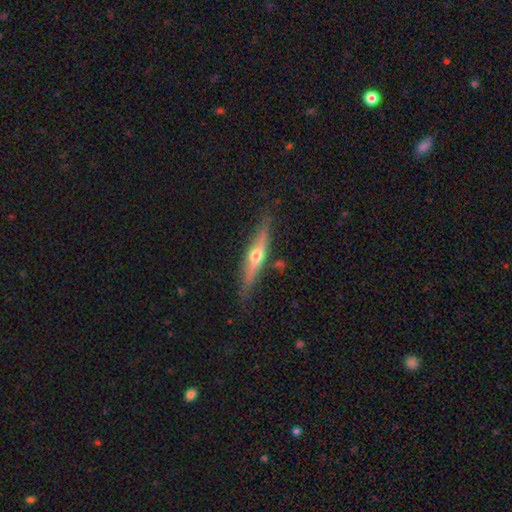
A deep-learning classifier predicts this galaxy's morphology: Overall: featured or disk (65%; smooth 29%). Edge-on disk: yes (94%). Edge-on bulge: rounded (92%). Merging: none (83%).